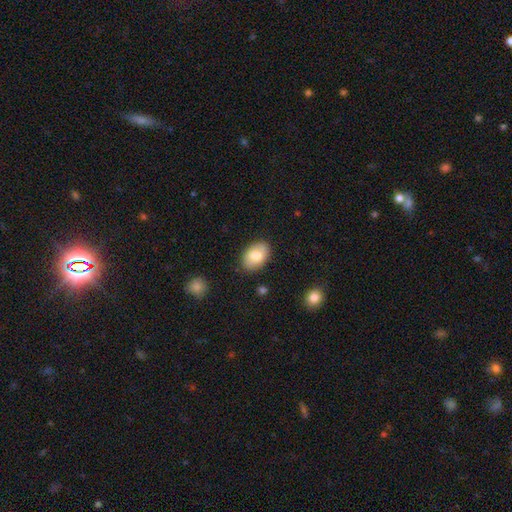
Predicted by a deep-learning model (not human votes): smooth_or_featured: smooth (p=0.80) [alt: featured or disk p=0.14]
how_rounded: in between (p=0.90) [alt: round p=0.09]
merging: none (p=0.85) [alt: minor disturbance p=0.11]